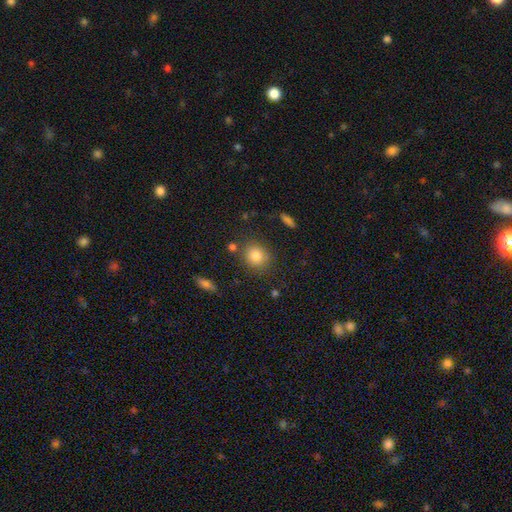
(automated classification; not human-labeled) A smooth galaxy with no disk features (84%) that is round (77%). Merging: none (79%).